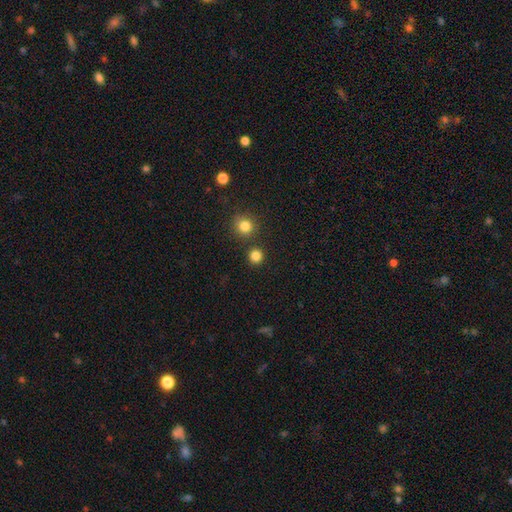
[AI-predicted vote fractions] The model was most divided on "smooth or featured": smooth: 83%, star or artifact: 13%, featured or disk: 4%. More confident: how rounded — round (93%); merging — none (85%).